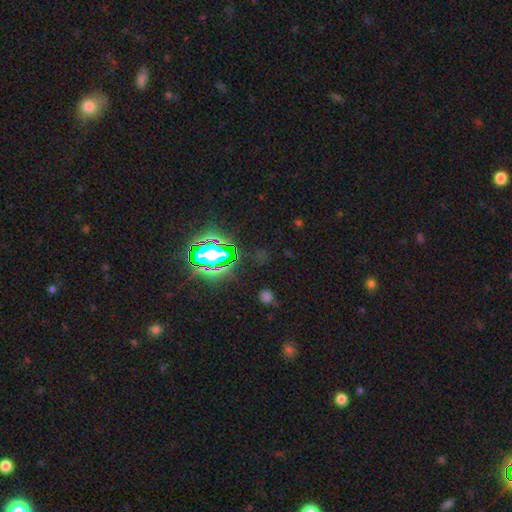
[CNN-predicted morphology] The model was most divided on "smooth or featured": star or artifact: 79%, smooth: 14%, featured or disk: 7%.